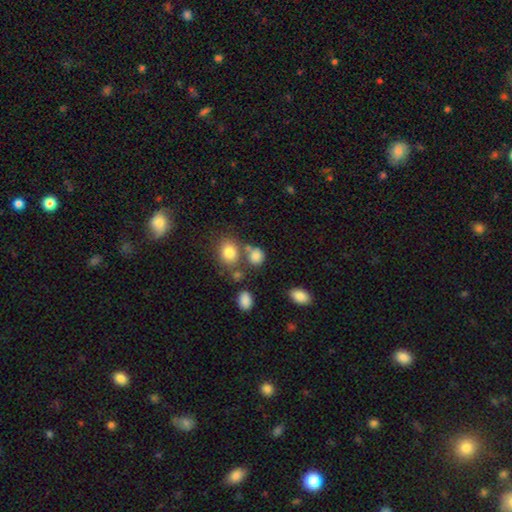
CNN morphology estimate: This is clearly a smooth galaxy (82%). How rounded: likely round (67%). Merging: possibly none (56%).